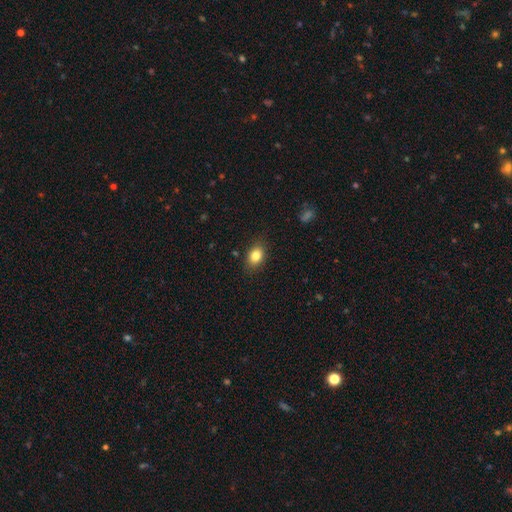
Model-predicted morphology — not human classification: Smooth or featured: smooth — 83% (star or artifact — 9%)
How rounded: in between — 75% (round — 24%)
Merging: none — 84% (minor disturbance — 13%)